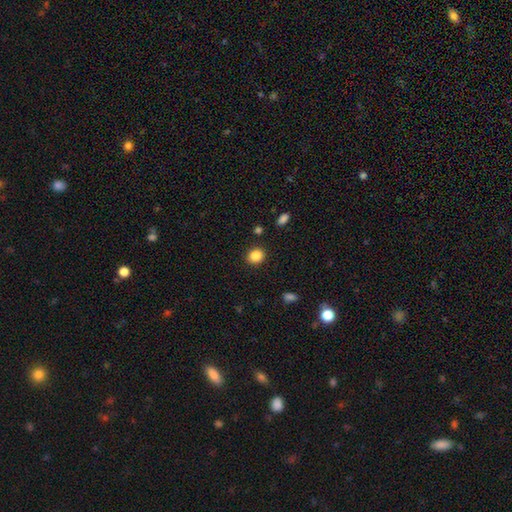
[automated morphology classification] This is clearly a smooth galaxy (86%). How rounded: likely round (71%). Merging: clearly none (88%).